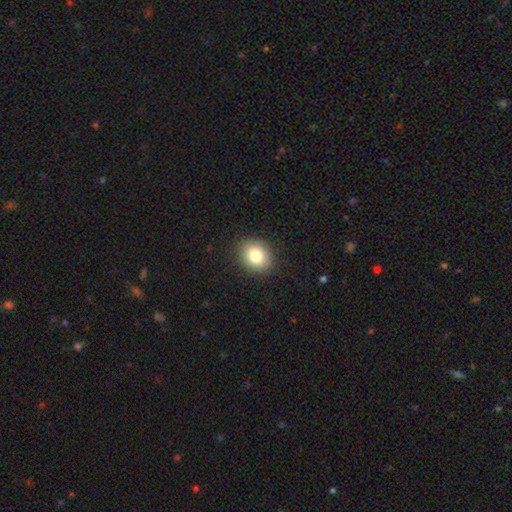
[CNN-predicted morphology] smooth 81%, star or artifact 10%, featured or disk 9%. Down the decision tree: how rounded — round (62%); merging — none (90%).